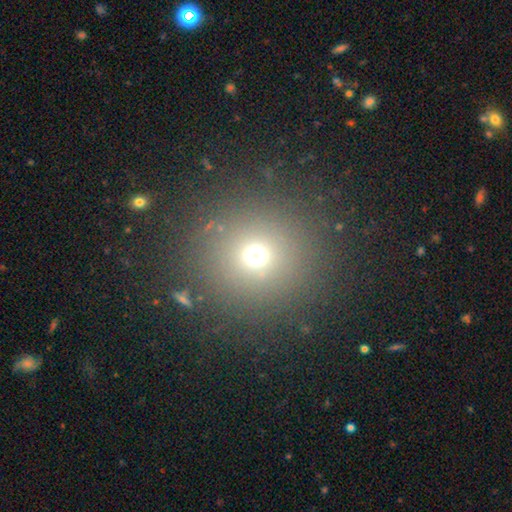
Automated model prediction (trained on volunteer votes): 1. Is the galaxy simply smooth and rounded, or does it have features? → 66% smooth, 24% star or artifact, 10% featured or disk.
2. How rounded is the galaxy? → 93% round, 6% in between, 1% cigar-shaped.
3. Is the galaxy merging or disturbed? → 85% none, 7% minor disturbance, 5% major disturbance, 3% merger.